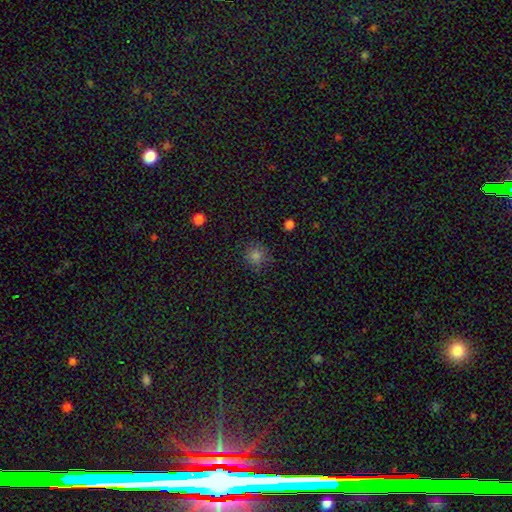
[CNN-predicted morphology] The model was most divided on "smooth or featured": smooth: 77%, star or artifact: 17%, featured or disk: 6%. More confident: how rounded — round (93%); merging — none (84%).